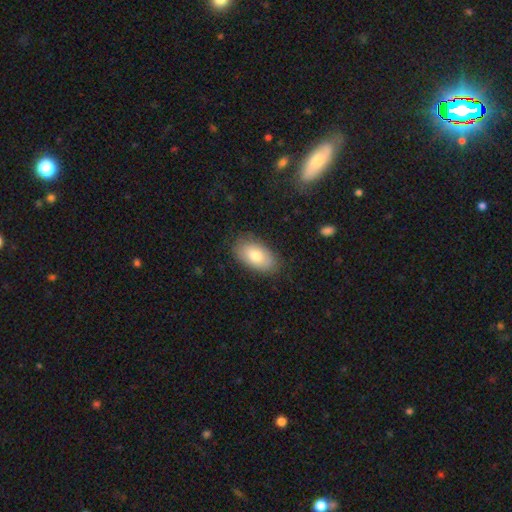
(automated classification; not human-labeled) Smooth or featured? Predicted: smooth (p=0.77). How rounded? Predicted: in between (p=0.93). Merging? Predicted: none (p=0.83).